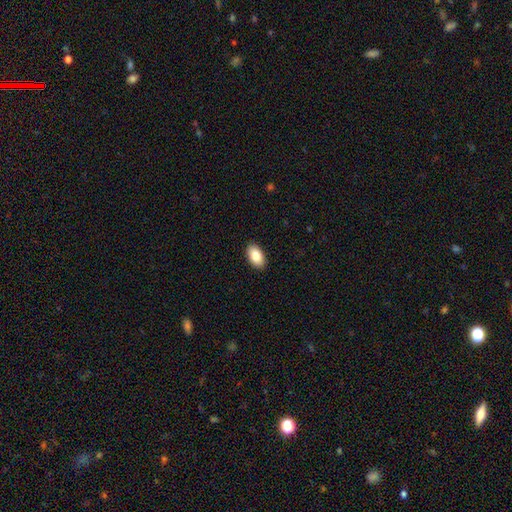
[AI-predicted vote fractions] This appears to be a smooth galaxy with no disk features (85%) that is in between round and cigar-shaped (94%). Merging: none (91%).